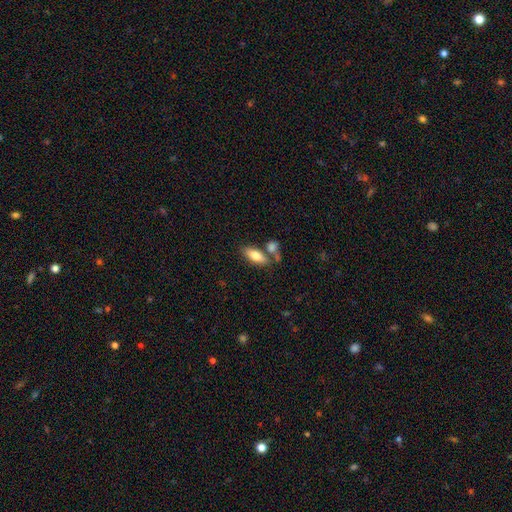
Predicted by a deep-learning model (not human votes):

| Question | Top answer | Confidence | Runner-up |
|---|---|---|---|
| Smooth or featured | smooth | 77% | featured or disk (17%) |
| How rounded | in between | 77% | cigar-shaped (20%) |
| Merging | none | 62% | merger (21%) |